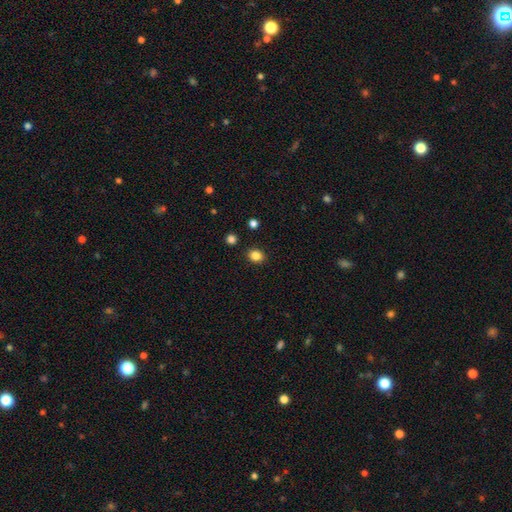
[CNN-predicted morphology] Smooth or featured? Predicted: smooth (p=0.84). How rounded? Predicted: round (p=0.62). Merging? Predicted: none (p=0.89).